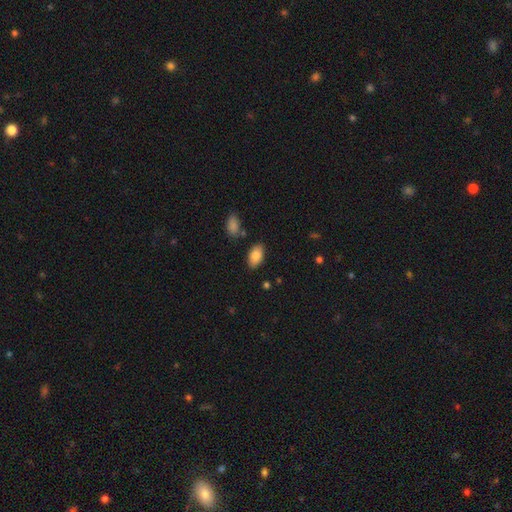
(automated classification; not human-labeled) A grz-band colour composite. It shows a smooth galaxy with no disk features (86%) that is in between round and cigar-shaped (93%). Merging: none (83%).